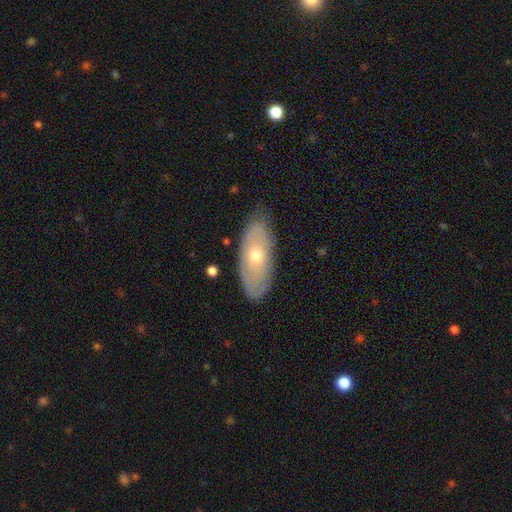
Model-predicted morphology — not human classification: Smooth or featured?
  - smooth: 50% *
  - featured or disk: 44%
  - star or artifact: 6%
How rounded?
  - in between: 85% *
  - cigar-shaped: 12%
  - round: 3%
Merging?
  - none: 75% *
  - minor disturbance: 20%
  - major disturbance: 4%
  - merger: 1%